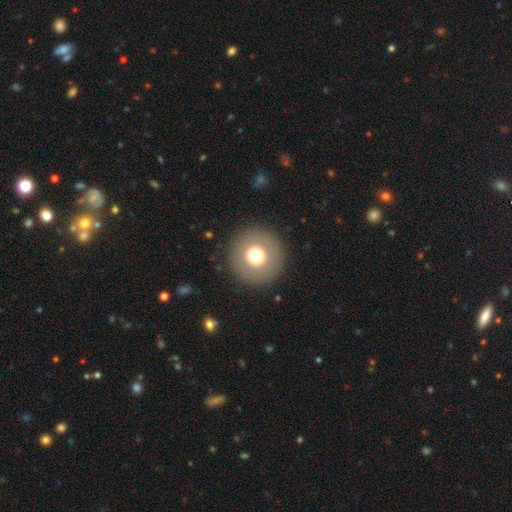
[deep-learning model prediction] A smooth galaxy with no disk features (68%) that is round (97%). Merging: none (91%).